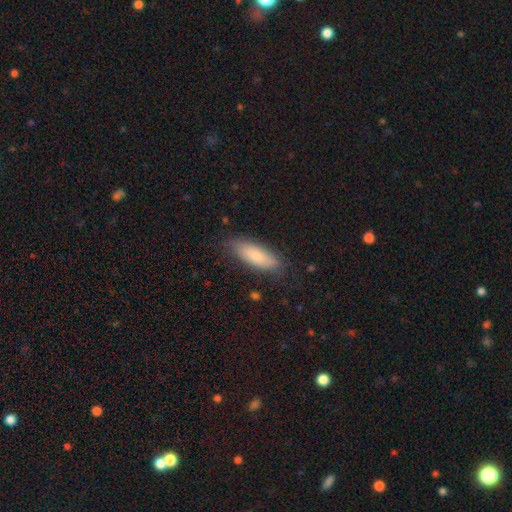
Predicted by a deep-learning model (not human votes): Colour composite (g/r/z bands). It shows a smooth galaxy with no disk features (80%) that is in between round and cigar-shaped (63%). Merging: none (80%).